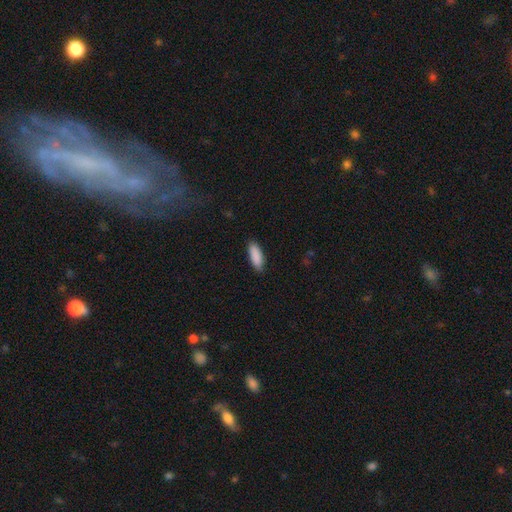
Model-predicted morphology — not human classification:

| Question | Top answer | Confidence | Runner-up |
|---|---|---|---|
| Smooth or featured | smooth | 90% | star or artifact (6%) |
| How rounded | in between | 67% | cigar-shaped (32%) |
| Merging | none | 86% | minor disturbance (11%) |